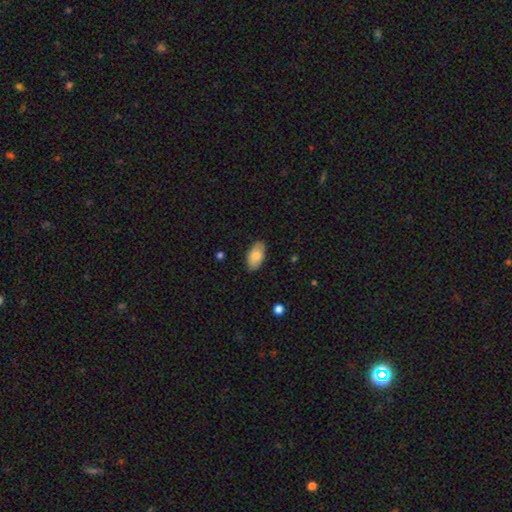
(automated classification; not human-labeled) Smooth or featured? Predicted: smooth (p=0.82). How rounded? Predicted: in between (p=0.95). Merging? Predicted: none (p=0.85).